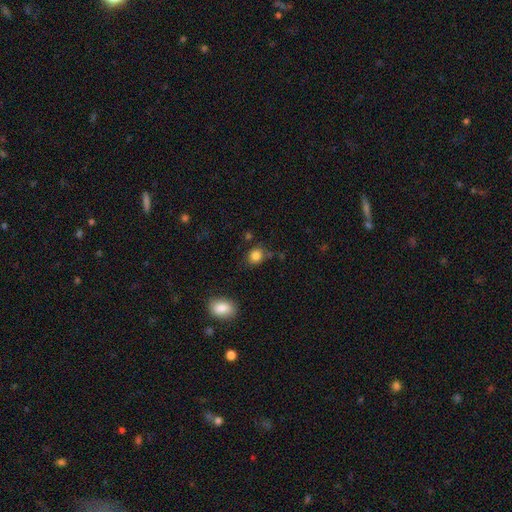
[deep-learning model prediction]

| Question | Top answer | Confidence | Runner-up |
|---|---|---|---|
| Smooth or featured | smooth | 84% | star or artifact (11%) |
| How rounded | round | 65% | in between (34%) |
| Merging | none | 78% | minor disturbance (14%) |